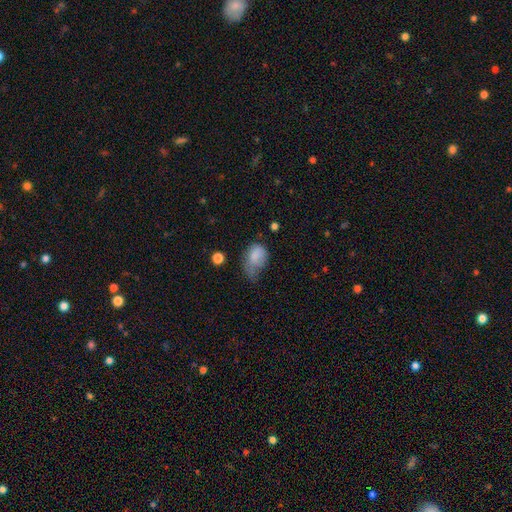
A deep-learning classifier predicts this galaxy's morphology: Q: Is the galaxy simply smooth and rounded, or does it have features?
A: smooth — 77%.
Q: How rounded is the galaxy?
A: in between — 79%.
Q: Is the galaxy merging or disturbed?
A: major disturbance — 40%.